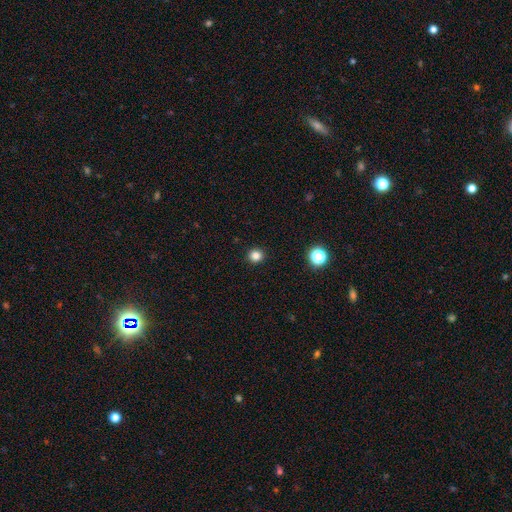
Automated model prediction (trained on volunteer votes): Smooth or featured: smooth — 83% (star or artifact — 14%)
How rounded: round — 92% (in between — 7%)
Merging: none — 93% (minor disturbance — 4%)